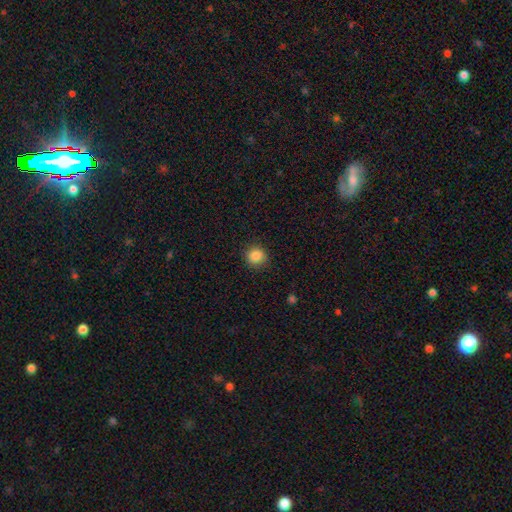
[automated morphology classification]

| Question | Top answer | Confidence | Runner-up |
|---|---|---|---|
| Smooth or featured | smooth | 85% | star or artifact (11%) |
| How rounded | round | 92% | in between (8%) |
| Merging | none | 89% | minor disturbance (7%) |